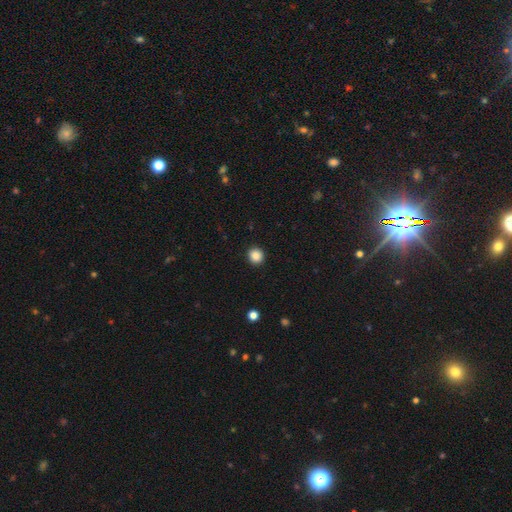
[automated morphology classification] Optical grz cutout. It shows a smooth galaxy with no disk features (87%) that is round (91%). Merging: none (93%).